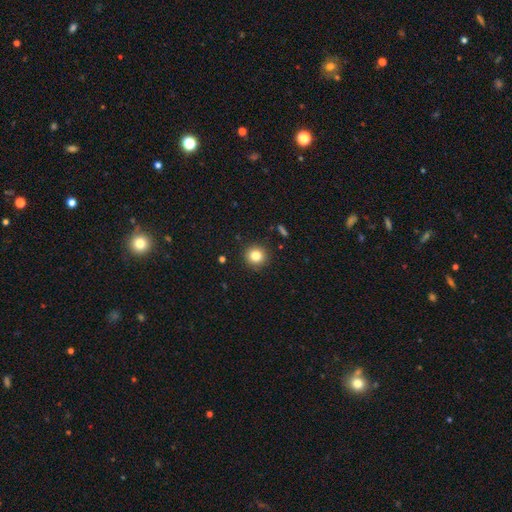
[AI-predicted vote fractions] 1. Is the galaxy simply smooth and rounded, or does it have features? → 82% smooth, 11% star or artifact, 7% featured or disk.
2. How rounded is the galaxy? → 94% round, 6% in between, 1% cigar-shaped.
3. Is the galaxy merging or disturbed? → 91% none, 6% minor disturbance, 2% major disturbance, 1% merger.